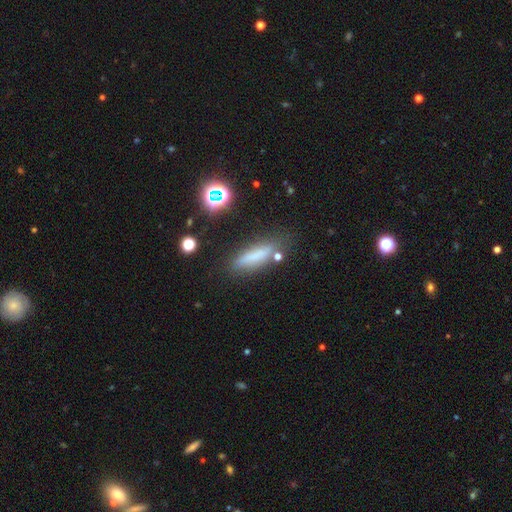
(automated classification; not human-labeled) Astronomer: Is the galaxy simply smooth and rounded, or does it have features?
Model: smooth — 67%.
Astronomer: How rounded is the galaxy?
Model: cigar-shaped — 72%.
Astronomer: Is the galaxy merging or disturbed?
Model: none — 72%.